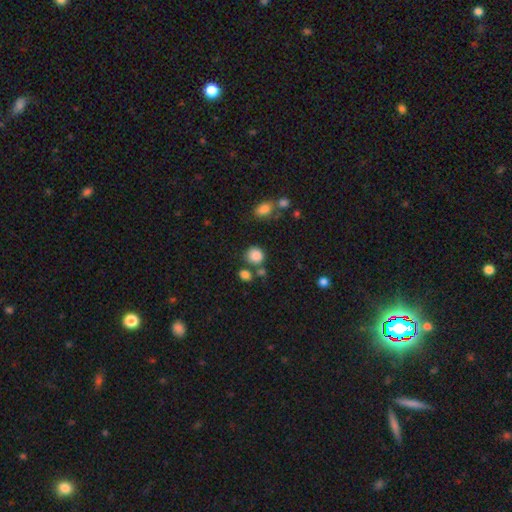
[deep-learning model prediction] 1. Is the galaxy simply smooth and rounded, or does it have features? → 84% smooth, 11% star or artifact, 5% featured or disk.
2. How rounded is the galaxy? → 84% round, 15% in between, 1% cigar-shaped.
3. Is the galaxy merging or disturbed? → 66% none, 17% merger, 12% minor disturbance, 5% major disturbance.